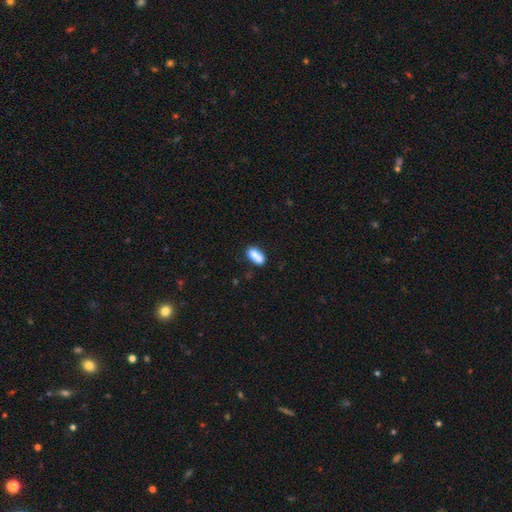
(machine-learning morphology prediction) A smooth galaxy with no disk features (79%) that is in between round and cigar-shaped (83%). Merging: none (50%).